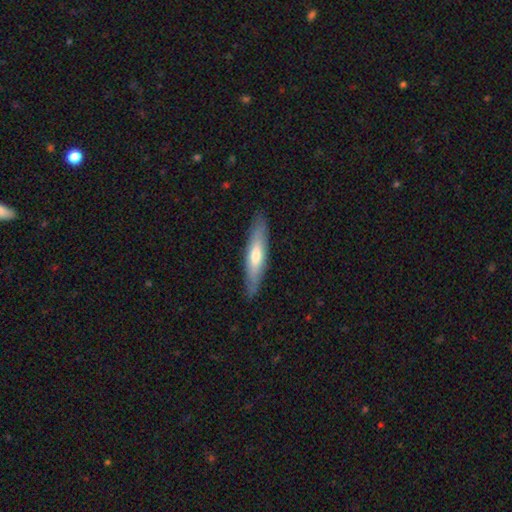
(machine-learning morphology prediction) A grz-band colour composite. It shows a smooth galaxy with no disk features (54%) that is cigar-shaped (80%). Merging: none (87%).